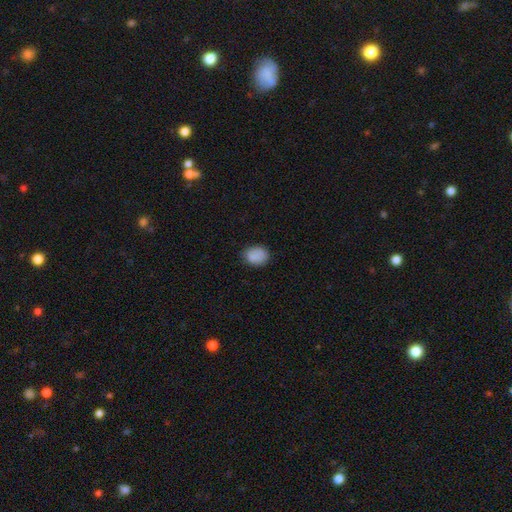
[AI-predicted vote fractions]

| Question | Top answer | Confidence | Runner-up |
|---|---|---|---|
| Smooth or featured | smooth | 86% | star or artifact (9%) |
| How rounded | in between | 51% | round (48%) |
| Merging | none | 79% | minor disturbance (17%) |